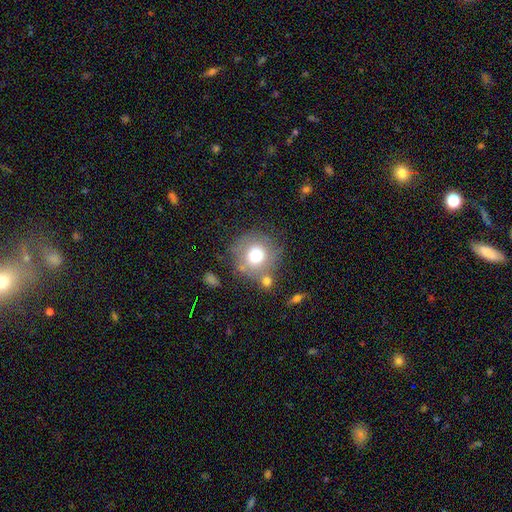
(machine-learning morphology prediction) Smooth or featured? smooth (69%)
How rounded? round (90%)
Merging? none (61%)